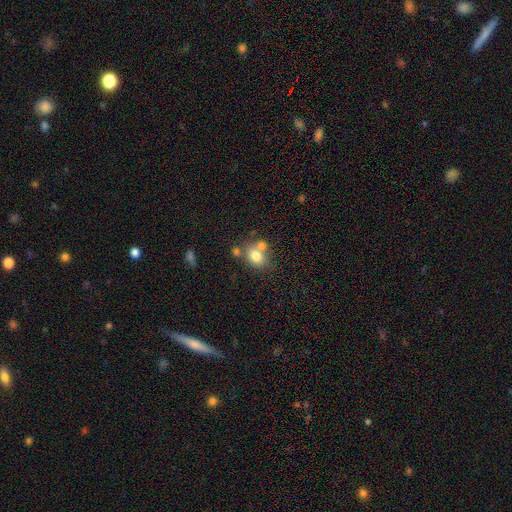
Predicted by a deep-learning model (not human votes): Smooth or featured?
  - smooth: 76% *
  - featured or disk: 14%
  - star or artifact: 11%
How rounded?
  - round: 50% *
  - in between: 49%
  - cigar-shaped: 1%
Merging?
  - none: 45% *
  - merger: 38%
  - minor disturbance: 12%
  - major disturbance: 5%